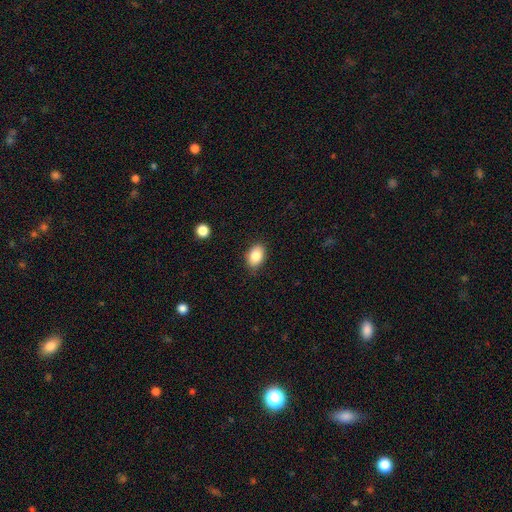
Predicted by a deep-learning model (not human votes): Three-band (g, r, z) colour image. It shows a smooth galaxy with no disk features (84%) that is in between round and cigar-shaped (84%). Merging: none (83%).